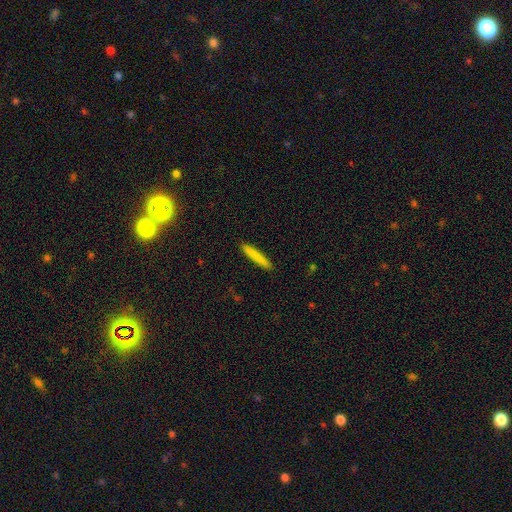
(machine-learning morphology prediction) The model was most divided on "smooth or featured": smooth: 81%, featured or disk: 12%, star or artifact: 6%. More confident: how rounded — cigar-shaped (95%); merging — none (91%).